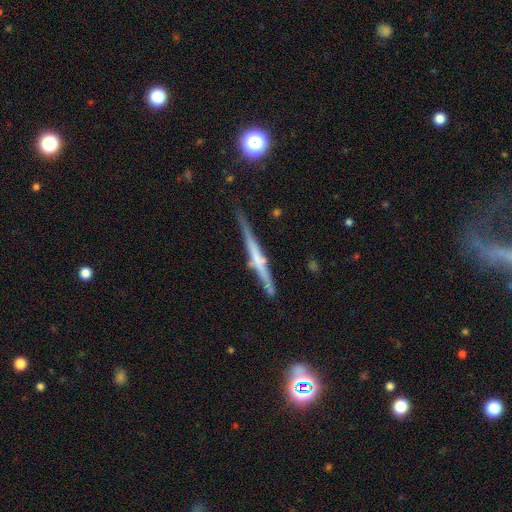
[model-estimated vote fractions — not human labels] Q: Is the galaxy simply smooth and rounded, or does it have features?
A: featured or disk — 67%.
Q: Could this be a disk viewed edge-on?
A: yes — 97%.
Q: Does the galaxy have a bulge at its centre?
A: none — 47%.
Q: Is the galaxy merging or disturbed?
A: none — 80%.